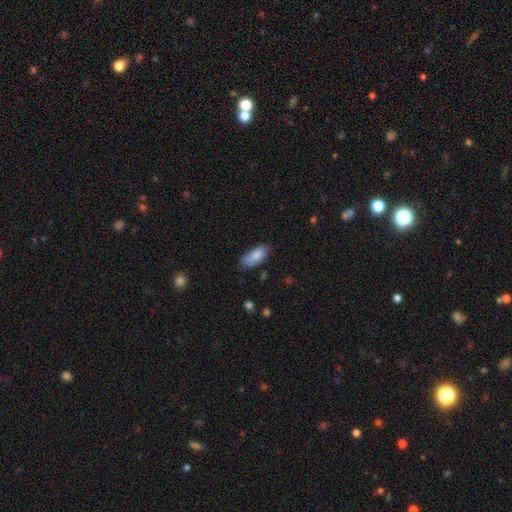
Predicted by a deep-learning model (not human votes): smooth-or-featured: smooth: 85% | featured or disk: 8% | star or artifact: 6%
  how-rounded: in between: 86% | cigar-shaped: 12% | round: 2%
  merging: none: 71% | minor disturbance: 23% | major disturbance: 4% | merger: 2%